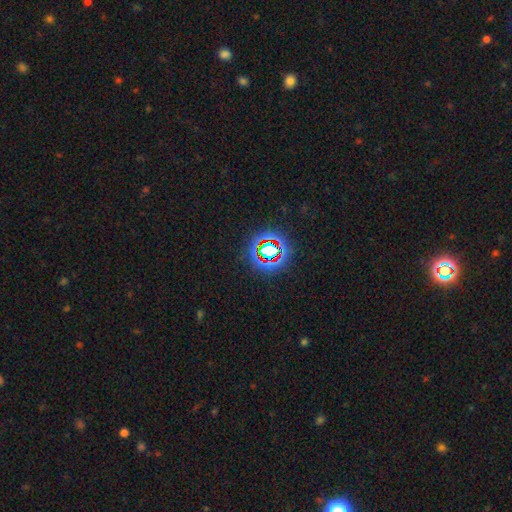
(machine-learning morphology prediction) smooth_or_featured: star or artifact (p=0.67) [alt: smooth p=0.23]